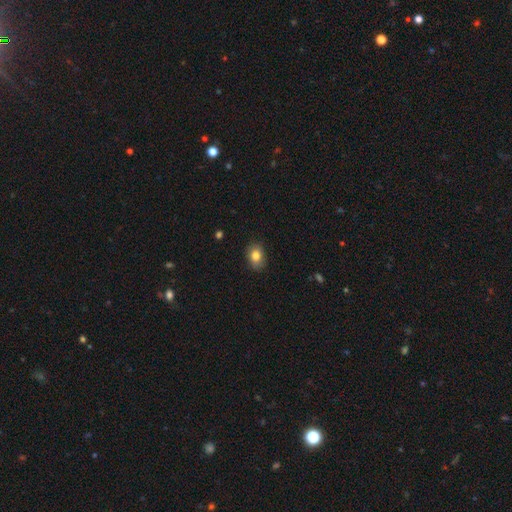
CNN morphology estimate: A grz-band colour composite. It shows a smooth galaxy with no disk features (83%) that is in between round and cigar-shaped (68%). Merging: none (84%).